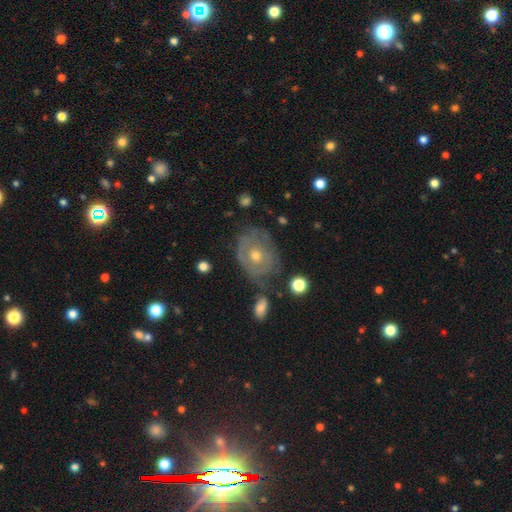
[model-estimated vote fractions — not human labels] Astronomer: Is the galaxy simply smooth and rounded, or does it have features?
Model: featured or disk — 68%.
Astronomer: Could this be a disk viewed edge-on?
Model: no — 95%.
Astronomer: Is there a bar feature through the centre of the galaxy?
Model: no — 84%.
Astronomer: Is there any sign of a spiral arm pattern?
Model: yes — 62% (runner-up: no, 38%).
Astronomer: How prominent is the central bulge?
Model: moderate — 58% (runner-up: small, 38%).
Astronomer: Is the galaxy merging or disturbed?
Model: none — 65%.